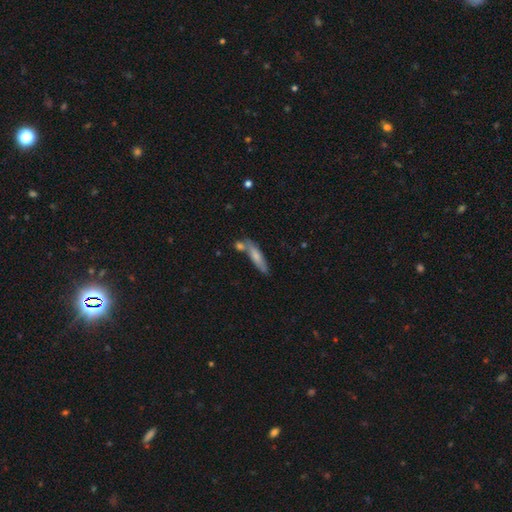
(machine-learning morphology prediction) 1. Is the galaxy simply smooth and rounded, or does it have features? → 67% smooth, 26% featured or disk, 7% star or artifact.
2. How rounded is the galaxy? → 74% cigar-shaped, 24% in between, 2% round.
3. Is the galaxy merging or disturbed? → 58% none, 21% merger, 16% minor disturbance, 5% major disturbance.